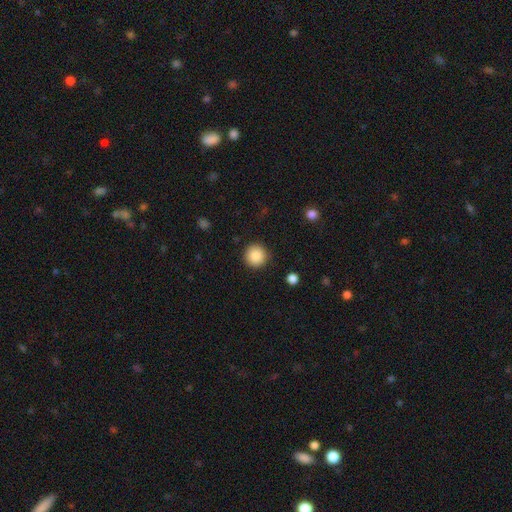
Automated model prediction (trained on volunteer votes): Q: Smooth or featured?
A: smooth (88%); runner-up: star or artifact (9%)
Q: How rounded?
A: round (95%); runner-up: in between (4%)
Q: Merging?
A: none (91%); runner-up: minor disturbance (6%)